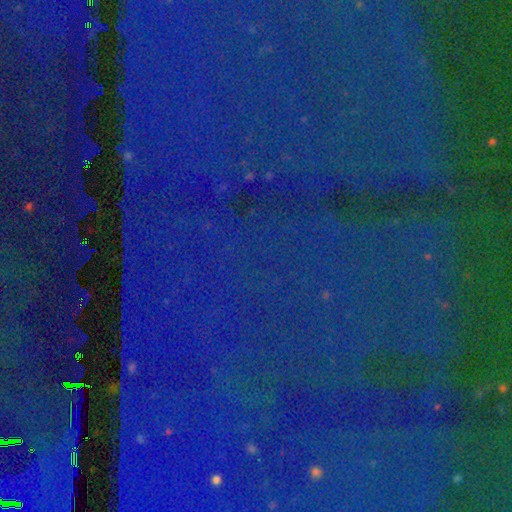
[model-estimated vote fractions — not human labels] Morphology: type=star or artifact (85%).